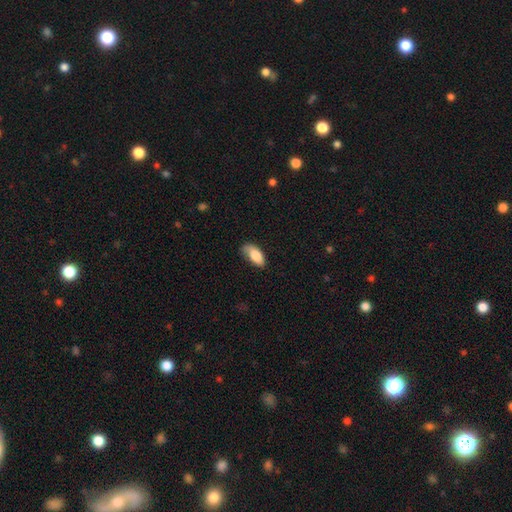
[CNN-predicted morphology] Overall: smooth (82%). How rounded: in between (90%). Merging: none (55%; minor disturbance 32%).